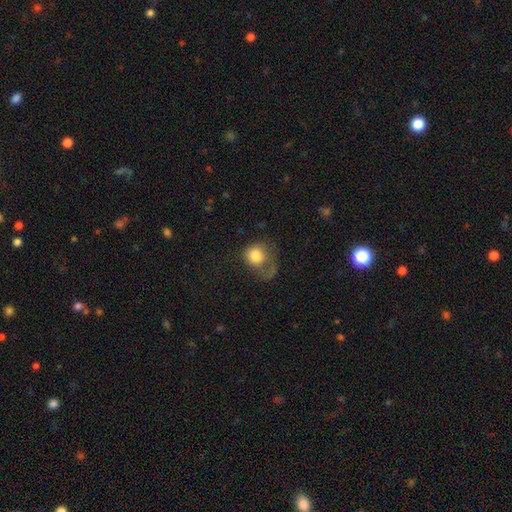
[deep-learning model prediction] Morphology: type=smooth (75%); roundness=round (77%); merging=major disturbance (45%).